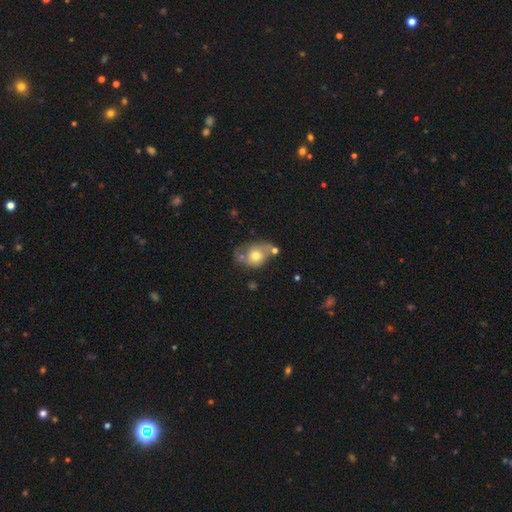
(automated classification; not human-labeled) The model was most divided on "how rounded": in between: 53%, round: 46%, cigar-shaped: 1%. Remaining: smooth or featured — smooth (61%); merging — none (41%).